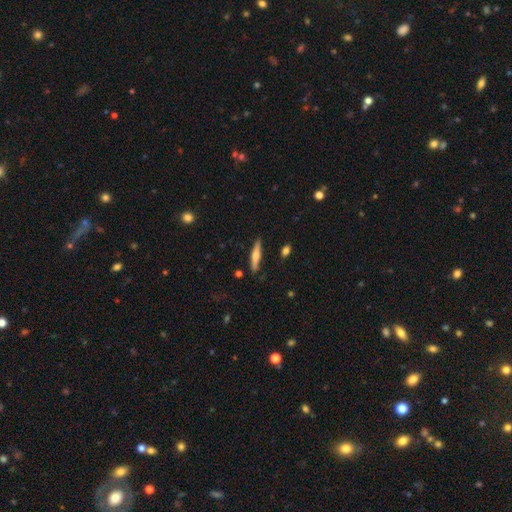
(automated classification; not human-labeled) smooth-or-featured: smooth: 49% | featured or disk: 45% | star or artifact: 6%
  merging: none: 86% | minor disturbance: 10% | merger: 2% | major disturbance: 2%